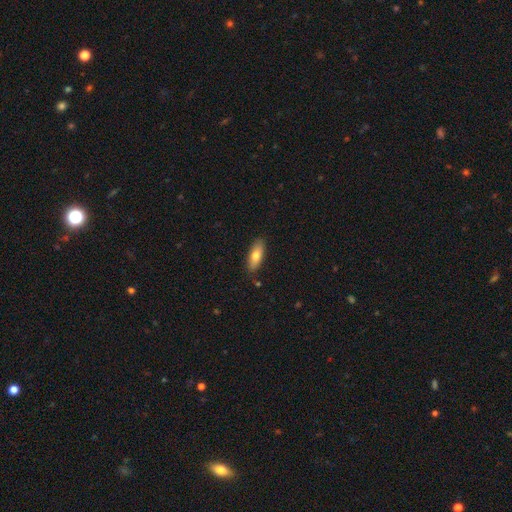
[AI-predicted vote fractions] Q: Smooth or featured?
A: smooth (75%); runner-up: featured or disk (19%)
Q: How rounded?
A: in between (68%); runner-up: cigar-shaped (30%)
Q: Merging?
A: none (85%); runner-up: minor disturbance (11%)